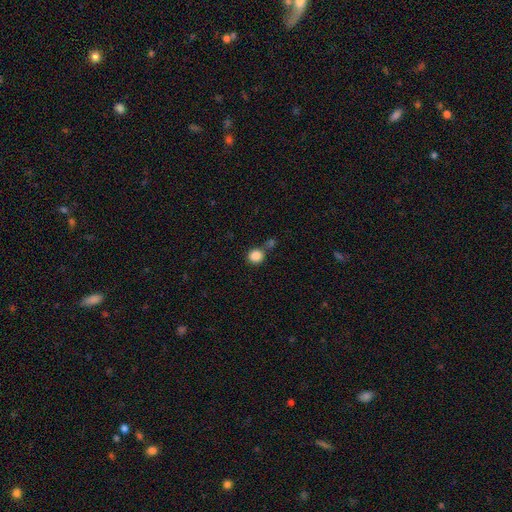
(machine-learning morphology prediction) Smooth or featured: smooth — 86% (star or artifact — 10%)
How rounded: round — 91% (in between — 8%)
Merging: none — 70% (merger — 17%)